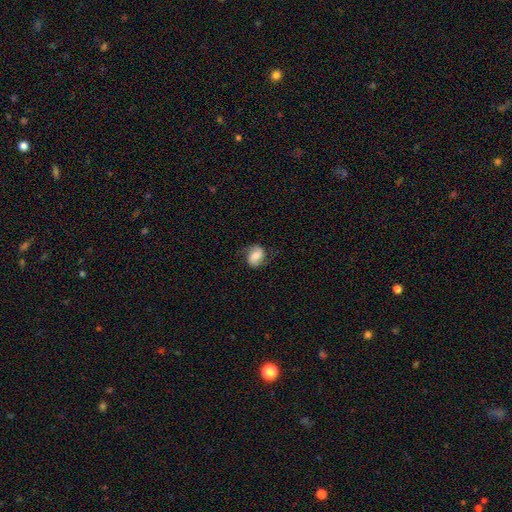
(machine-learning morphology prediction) A featured or disk galaxy (47%).

Vote fractions:
- Smooth or featured? featured or disk: 47% / smooth: 44% / star or artifact: 9%
- Merging? none: 72% / minor disturbance: 19% / major disturbance: 8% / merger: 1%